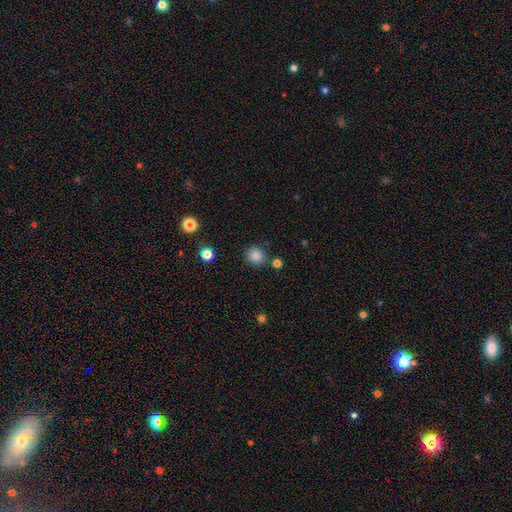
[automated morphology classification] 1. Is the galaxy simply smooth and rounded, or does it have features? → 85% smooth, 11% star or artifact, 4% featured or disk.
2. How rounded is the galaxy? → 87% round, 12% in between, 1% cigar-shaped.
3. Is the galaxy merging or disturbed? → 86% none, 8% minor disturbance, 4% merger, 3% major disturbance.